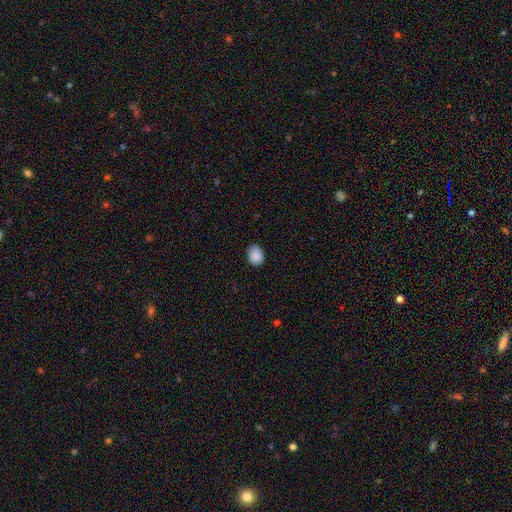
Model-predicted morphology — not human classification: type=smooth (88%); roundness=in between (59%); merging=none (79%).